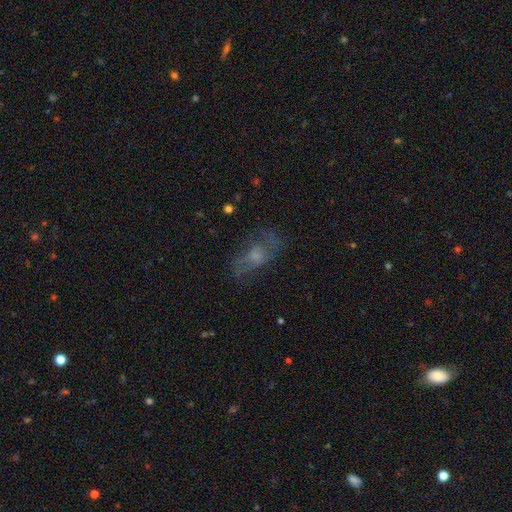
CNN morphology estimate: A featured or disk galaxy (54%).

Vote fractions:
- Smooth or featured? featured or disk: 54% / smooth: 33% / star or artifact: 14%
- Edge-on disk? no: 92% / yes: 8%
- Merging? none: 57% / minor disturbance: 21% / major disturbance: 20% / merger: 2%